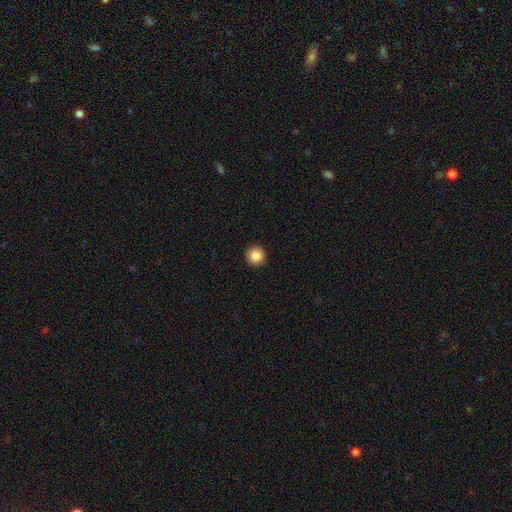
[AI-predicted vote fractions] Morphology: type=smooth (86%); roundness=round (96%); merging=none (94%).